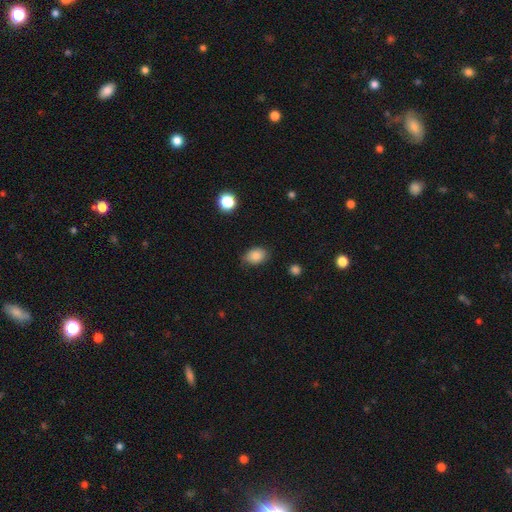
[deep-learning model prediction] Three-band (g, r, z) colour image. It shows a smooth galaxy with no disk features (86%) that is in between round and cigar-shaped (77%). Merging: none (76%).